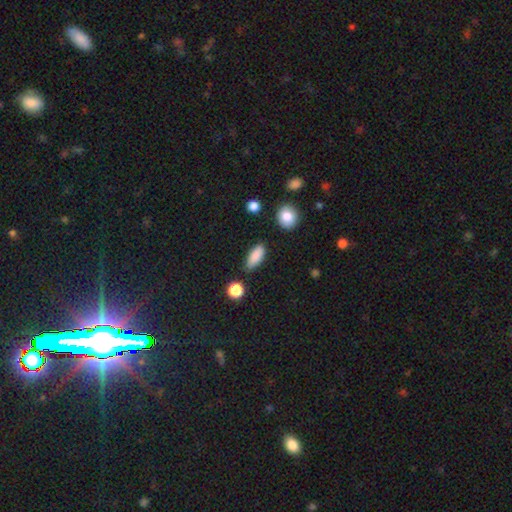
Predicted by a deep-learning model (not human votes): Smooth or featured? Predicted: smooth (p=0.87). How rounded? Predicted: in between (p=0.76). Merging? Predicted: none (p=0.77).